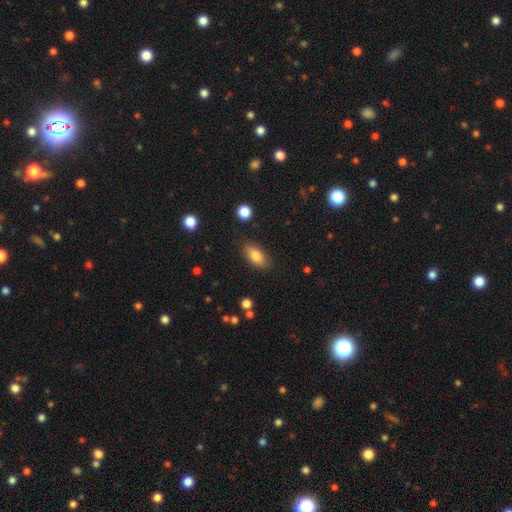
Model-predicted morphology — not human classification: A smooth galaxy with no disk features (81%) that is in between round and cigar-shaped (86%).

Vote fractions:
- Smooth or featured? smooth: 81% / featured or disk: 11% / star or artifact: 8%
- How rounded? in between: 86% / cigar-shaped: 10% / round: 4%
- Merging? none: 84% / minor disturbance: 11% / major disturbance: 3% / merger: 2%